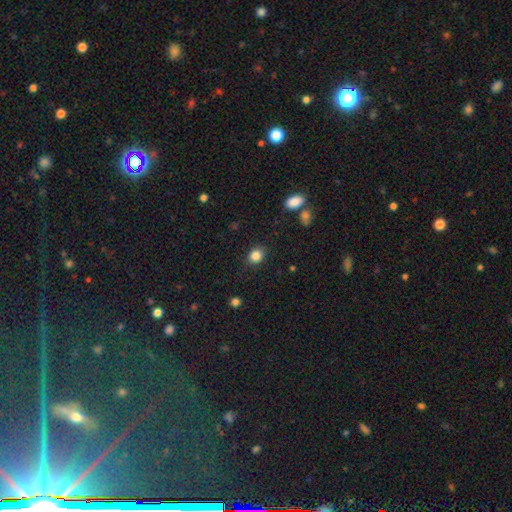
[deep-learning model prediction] Smooth or featured: smooth — 85% (star or artifact — 11%)
How rounded: round — 64% (in between — 35%)
Merging: none — 86% (minor disturbance — 9%)